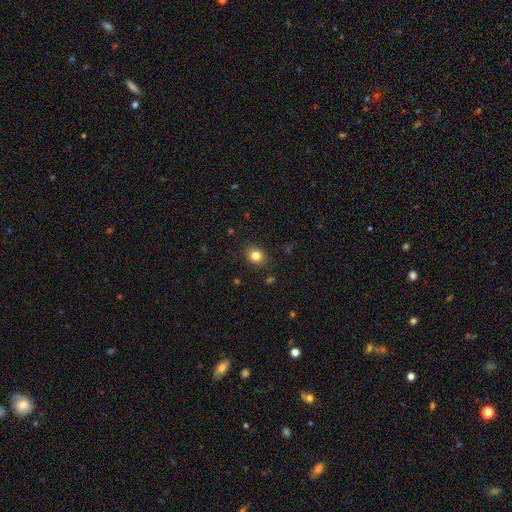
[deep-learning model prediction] smooth_or_featured: smooth (p=0.82) [alt: star or artifact p=0.11]
how_rounded: round (p=0.59) [alt: in between p=0.40]
merging: none (p=0.88) [alt: minor disturbance p=0.09]